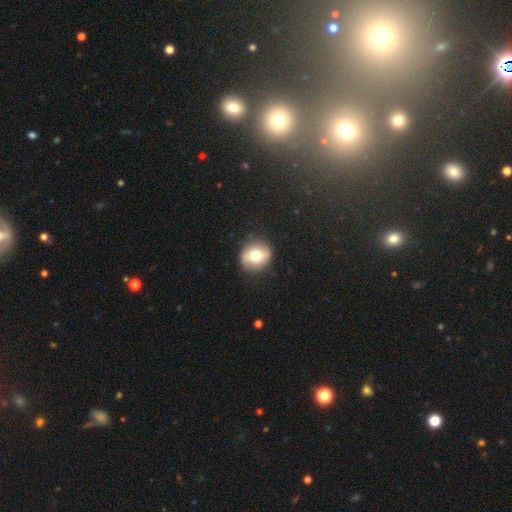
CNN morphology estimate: Overall: smooth (69%). How rounded: round (83%). Merging: none (87%).